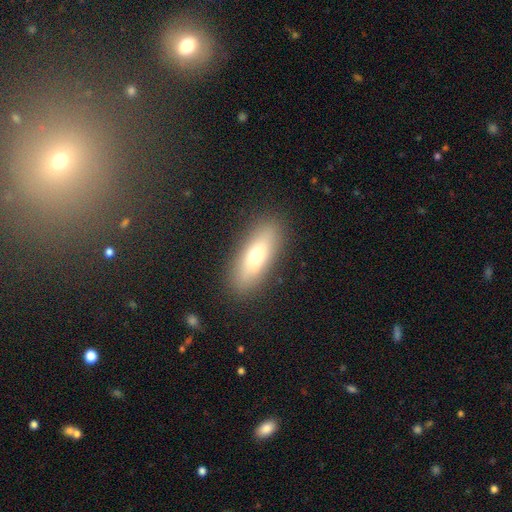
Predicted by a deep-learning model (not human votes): Smooth or featured?
  - smooth: 67% *
  - featured or disk: 25%
  - star or artifact: 8%
How rounded?
  - in between: 60% *
  - cigar-shaped: 37%
  - round: 3%
Merging?
  - none: 87% *
  - minor disturbance: 9%
  - major disturbance: 3%
  - merger: 1%